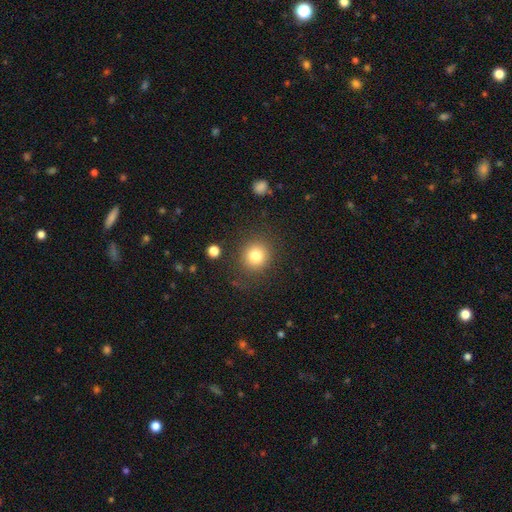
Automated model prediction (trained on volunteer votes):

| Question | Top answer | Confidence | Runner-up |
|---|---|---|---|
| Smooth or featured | smooth | 81% | star or artifact (11%) |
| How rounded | round | 88% | in between (11%) |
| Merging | none | 84% | minor disturbance (9%) |